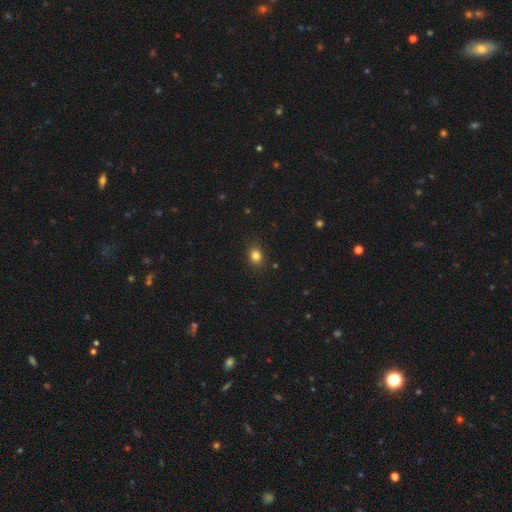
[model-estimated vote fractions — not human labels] Overall: smooth (83%). How rounded: in between (50%; round 48%). Merging: none (87%).